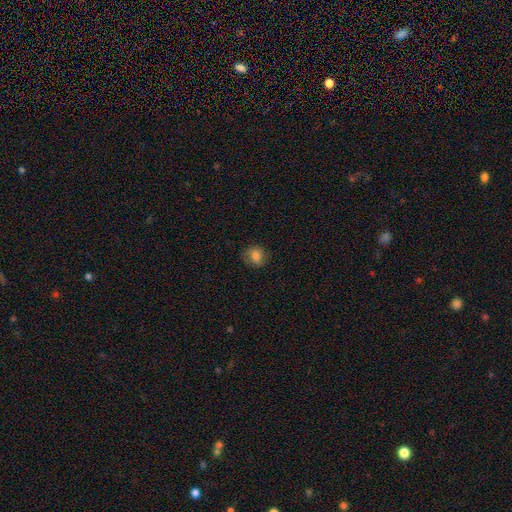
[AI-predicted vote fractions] smooth_or_featured: smooth (p=0.78) [alt: star or artifact p=0.11]
how_rounded: round (p=0.72) [alt: in between p=0.27]
merging: none (p=0.80) [alt: minor disturbance p=0.15]